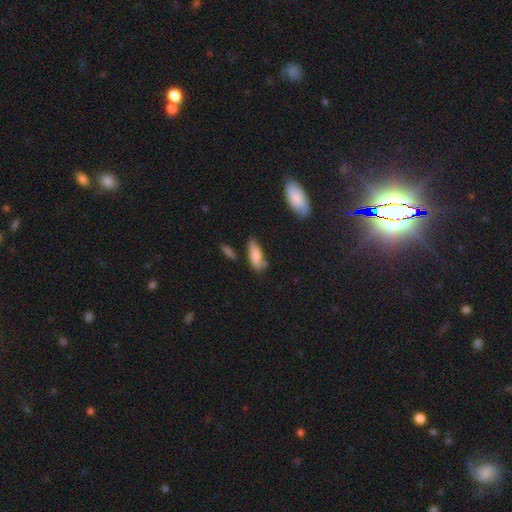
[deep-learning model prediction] Overall: smooth (80%). How rounded: in between (73%). Merging: none (58%; minor disturbance 28%).